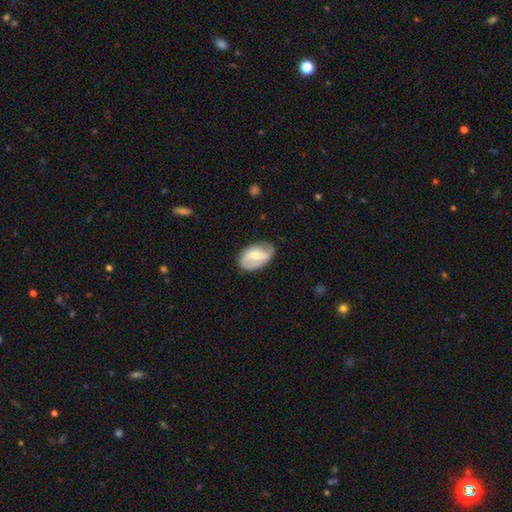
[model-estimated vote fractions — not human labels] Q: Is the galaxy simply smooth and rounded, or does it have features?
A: featured or disk — 69%.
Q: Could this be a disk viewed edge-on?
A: no — 96%.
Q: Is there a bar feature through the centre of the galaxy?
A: weak — 44%.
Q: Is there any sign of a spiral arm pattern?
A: yes — 83%.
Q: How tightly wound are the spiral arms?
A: medium — 42%.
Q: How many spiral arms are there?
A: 2 — 79%.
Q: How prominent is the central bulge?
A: moderate — 52%.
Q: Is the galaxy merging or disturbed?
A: none — 71%.